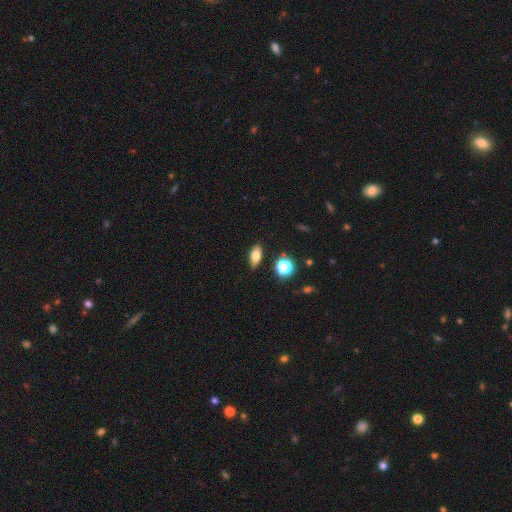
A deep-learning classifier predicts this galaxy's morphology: This appears to be a smooth galaxy with no disk features (75%) that is in between round and cigar-shaped (79%). Merging: none (86%).